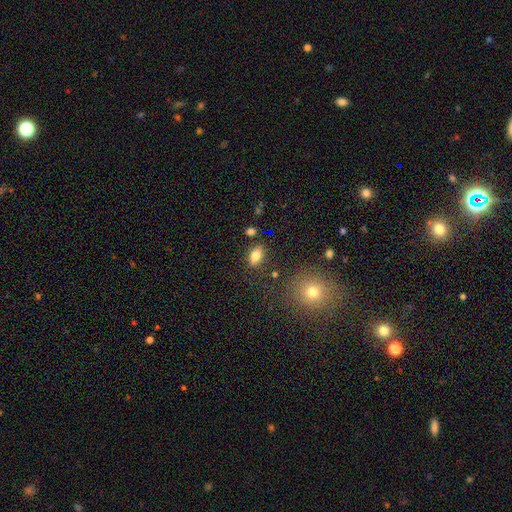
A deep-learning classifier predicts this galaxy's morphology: type=smooth (80%); roundness=in between (88%); merging=none (80%).